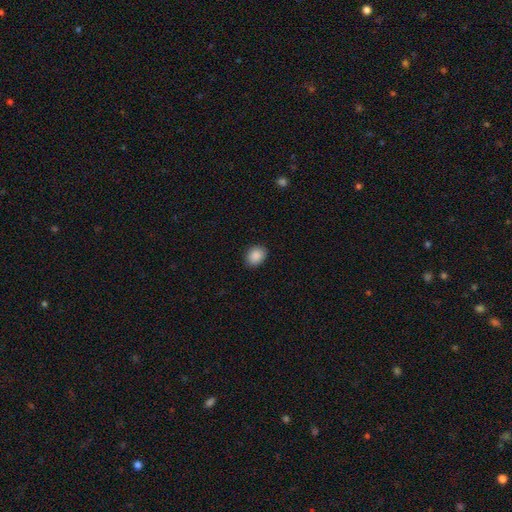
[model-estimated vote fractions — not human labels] smooth-or-featured: smooth: 89% | star or artifact: 8% | featured or disk: 3%
  how-rounded: in between: 57% | round: 42% | cigar-shaped: 1%
  merging: none: 89% | minor disturbance: 8% | major disturbance: 2% | merger: 1%